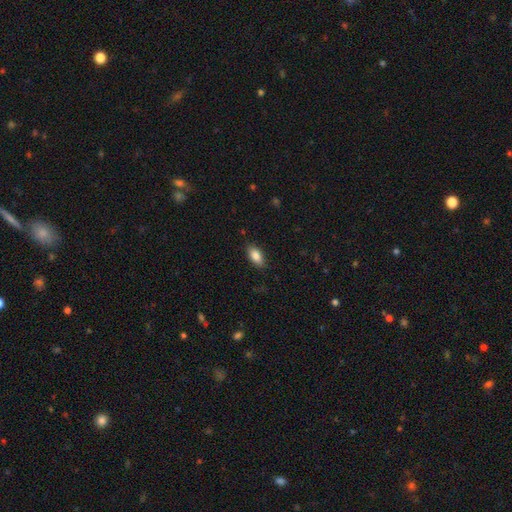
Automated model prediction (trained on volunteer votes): A smooth galaxy with no disk features (85%) that is in between round and cigar-shaped (89%). Merging: none (86%).